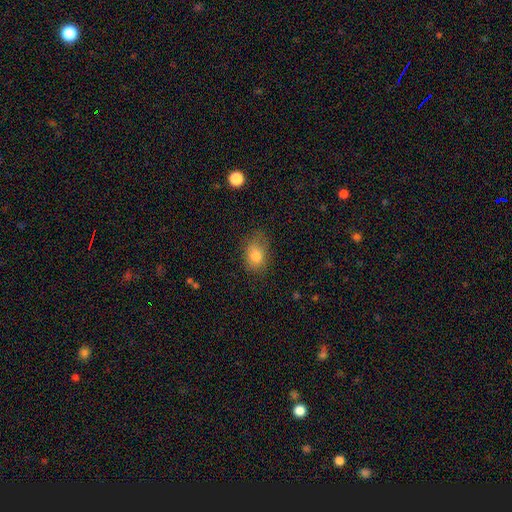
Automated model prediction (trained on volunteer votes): smooth 80%, star or artifact 11%, featured or disk 9%. Down the decision tree: how rounded — in between (77%); merging — none (69%).